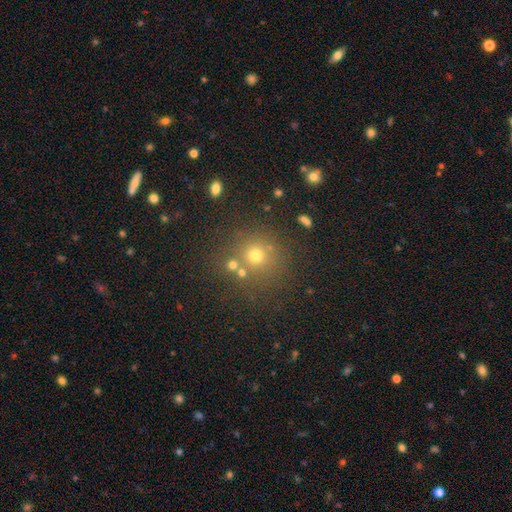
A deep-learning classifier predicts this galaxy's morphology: The model was most divided on "smooth or featured": smooth: 64%, star or artifact: 25%, featured or disk: 11%. More confident: how rounded — round (91%); merging — none (73%).